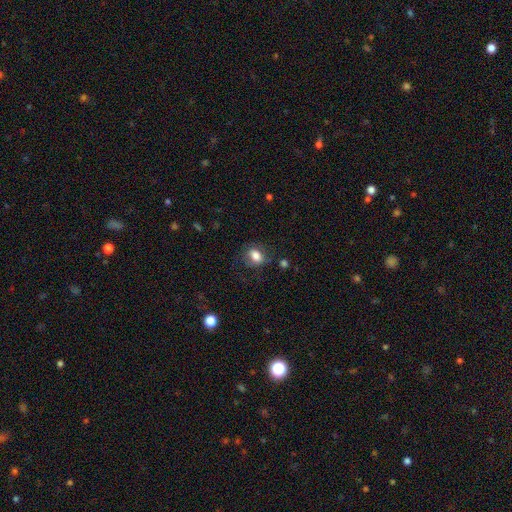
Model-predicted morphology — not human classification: Smooth or featured: smooth — 79% (featured or disk — 12%)
How rounded: in between — 63% (round — 36%)
Merging: none — 70% (minor disturbance — 19%)